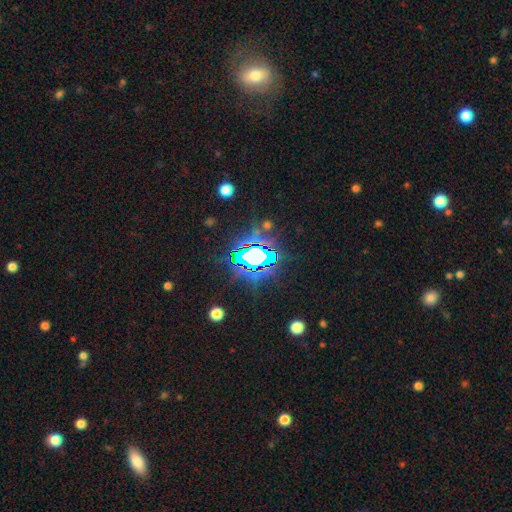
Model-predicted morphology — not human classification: A star or artifact, not a galaxy (68%).